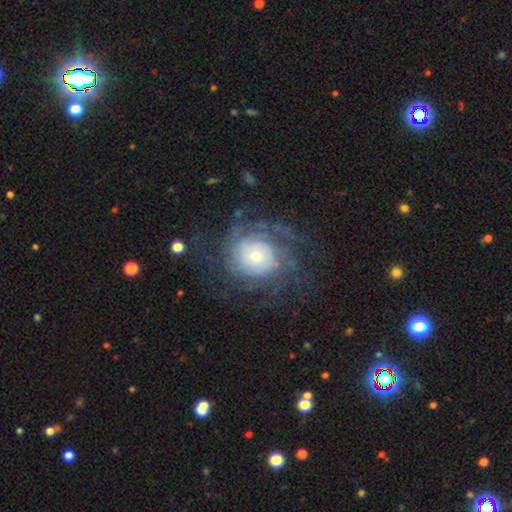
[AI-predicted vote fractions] The model was most divided on "bulge size": moderate: 42%, small: 39%, large: 16%, dominant: 3%, none: 2%. Remaining: edge-on disk — no (97%); spiral arms — yes (92%); bar — no (78%); smooth or featured — featured or disk (76%); merging — none (67%); spiral winding — tight (63%); spiral arm count — can't tell (43%).